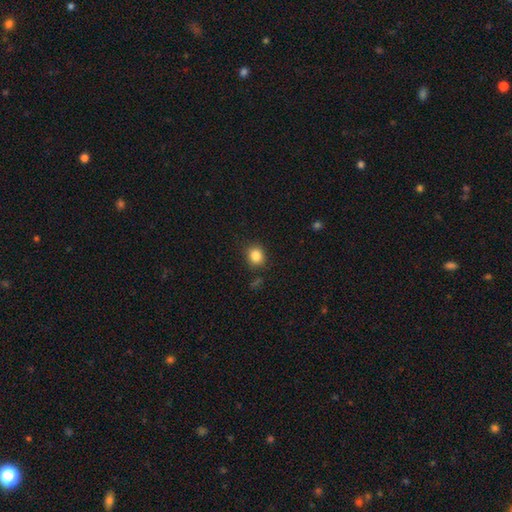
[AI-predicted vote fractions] A smooth galaxy with no disk features (84%) that is round (73%).

Vote fractions:
- Smooth or featured? smooth: 84% / star or artifact: 11% / featured or disk: 5%
- How rounded? round: 73% / in between: 26% / cigar-shaped: 1%
- Merging? none: 85% / minor disturbance: 11% / major disturbance: 3% / merger: 2%